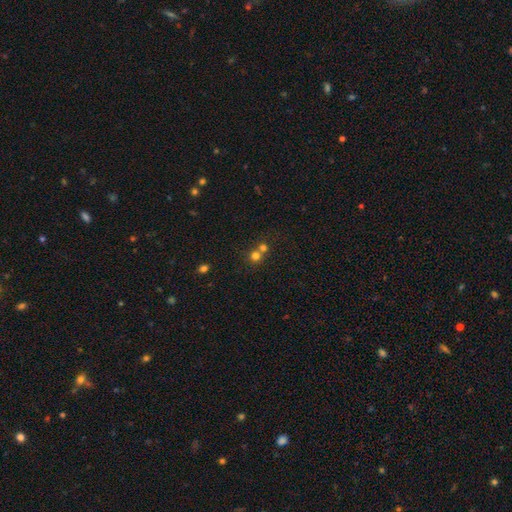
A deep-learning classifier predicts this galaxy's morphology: smooth 74%, star or artifact 17%, featured or disk 10%. Down the decision tree: how rounded — round (88%); merging — merger (46%, tied with none).